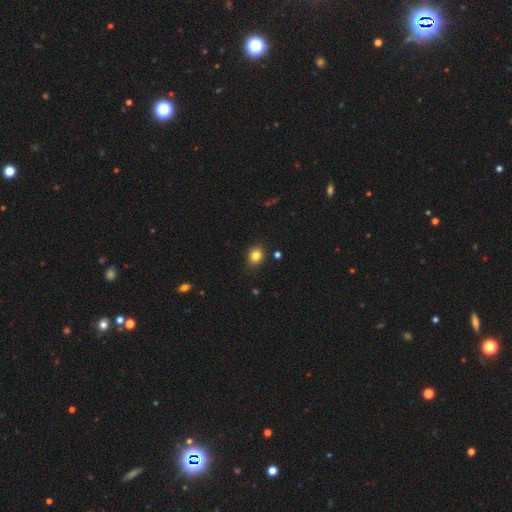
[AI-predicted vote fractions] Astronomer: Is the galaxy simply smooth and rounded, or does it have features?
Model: smooth — 83%.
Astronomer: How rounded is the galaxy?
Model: round — 54% (runner-up: in between, 45%).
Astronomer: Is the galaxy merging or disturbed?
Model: none — 87%.